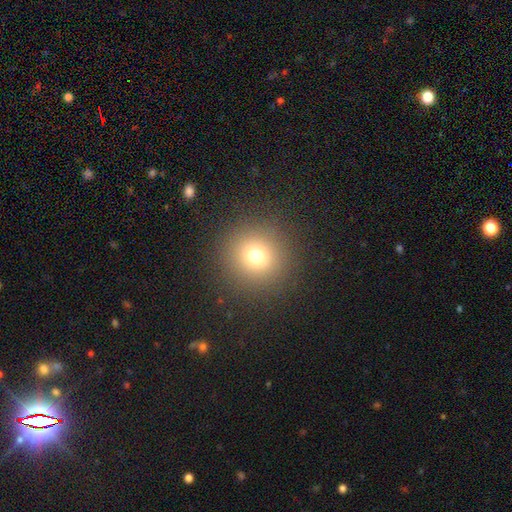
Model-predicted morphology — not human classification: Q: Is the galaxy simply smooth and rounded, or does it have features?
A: smooth — 74%.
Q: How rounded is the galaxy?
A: round — 94%.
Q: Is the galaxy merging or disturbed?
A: none — 90%.